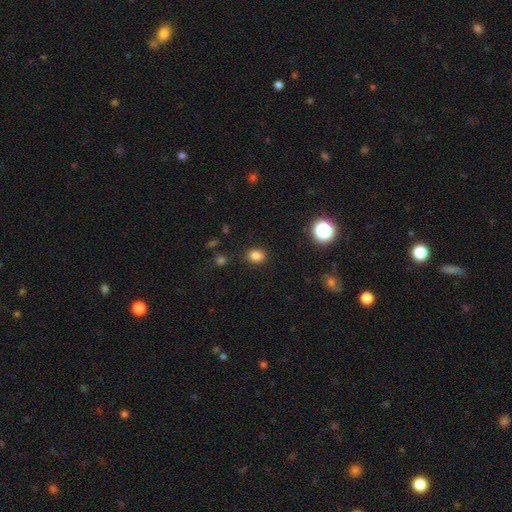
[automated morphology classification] Smooth or featured? smooth (82%)
How rounded? in between (52%)
Merging? none (86%)